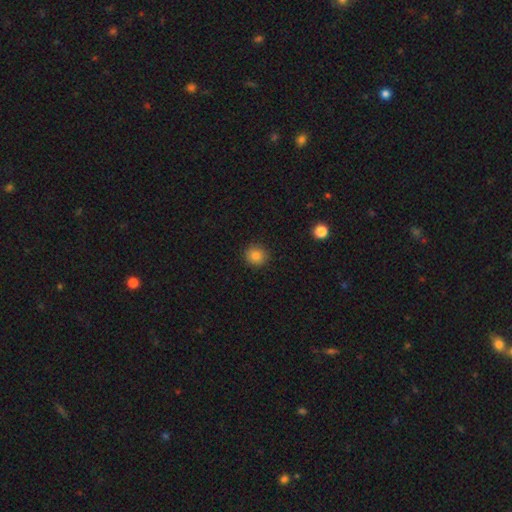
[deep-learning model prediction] Smooth or featured? smooth (83%)
How rounded? round (91%)
Merging? none (90%)